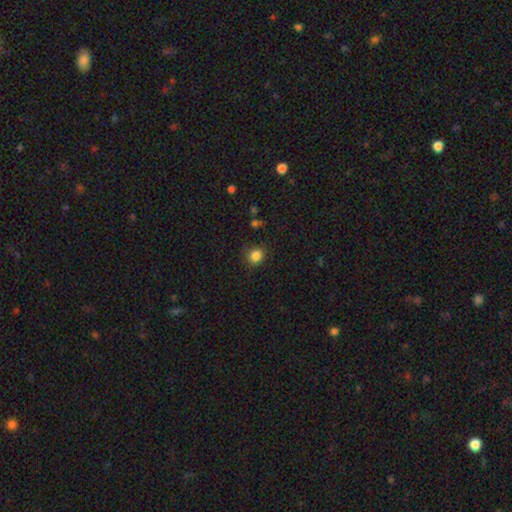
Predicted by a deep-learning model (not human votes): Morphology: type=smooth (84%); roundness=round (82%); merging=none (84%).